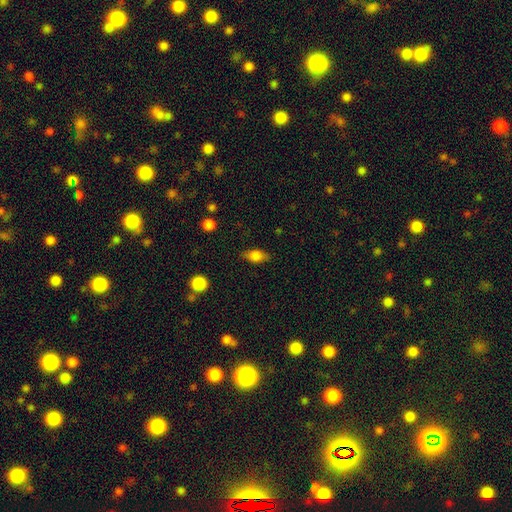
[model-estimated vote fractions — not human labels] smooth_or_featured: smooth (p=0.75) [alt: featured or disk p=0.16]
how_rounded: in between (p=0.83) [alt: cigar-shaped p=0.09]
merging: none (p=0.80) [alt: minor disturbance p=0.15]